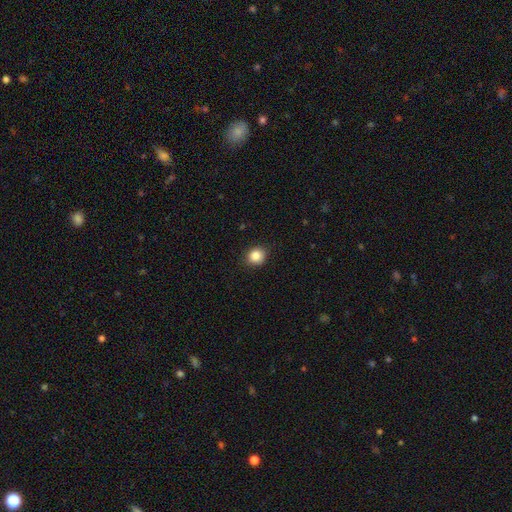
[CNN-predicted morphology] Overall: smooth (86%). How rounded: round (82%). Merging: none (88%).